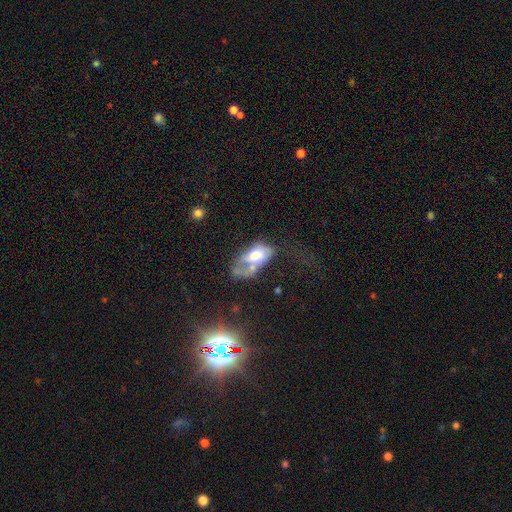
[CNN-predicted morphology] Overall: smooth (53%; featured or disk 37%). How rounded: in between (90%). Merging: major disturbance (39%; merger 27%).